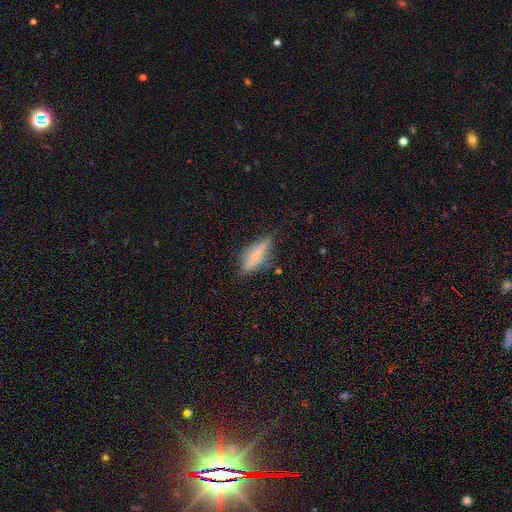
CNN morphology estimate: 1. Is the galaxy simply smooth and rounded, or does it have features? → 57% smooth, 34% featured or disk, 9% star or artifact.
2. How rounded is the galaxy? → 49% cigar-shaped, 48% in between, 3% round.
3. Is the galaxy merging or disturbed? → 66% none, 24% minor disturbance, 7% major disturbance, 3% merger.